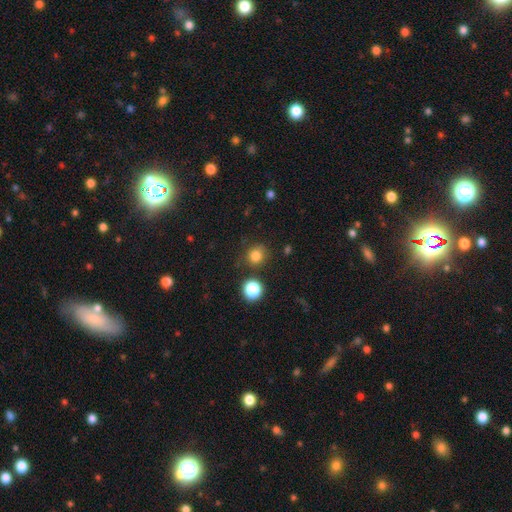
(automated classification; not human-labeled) A smooth galaxy with no disk features (80%) that is round (86%).

Vote fractions:
- Smooth or featured? smooth: 80% / star or artifact: 15% / featured or disk: 5%
- How rounded? round: 86% / in between: 13% / cigar-shaped: 1%
- Merging? none: 81% / minor disturbance: 11% / merger: 5% / major disturbance: 4%